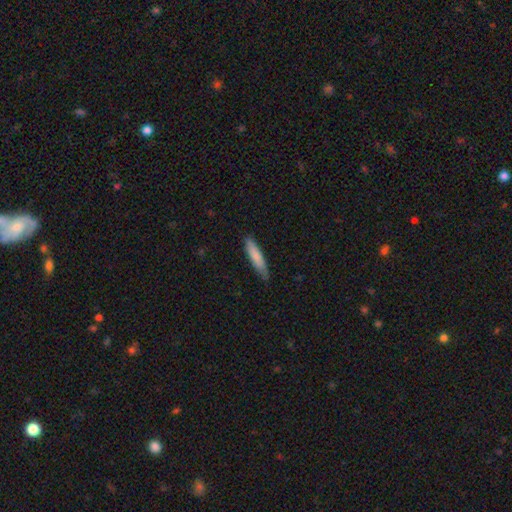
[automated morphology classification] The model was most divided on "merging": none: 81%, minor disturbance: 16%, major disturbance: 2%, merger: 1%. More confident: how rounded — cigar-shaped (84%); smooth or featured — smooth (80%).